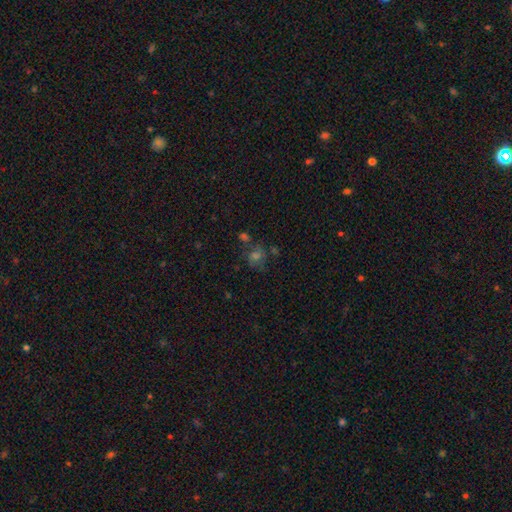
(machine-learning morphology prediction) Overall: smooth (42%; star or artifact 32%). Merging: none (61%).